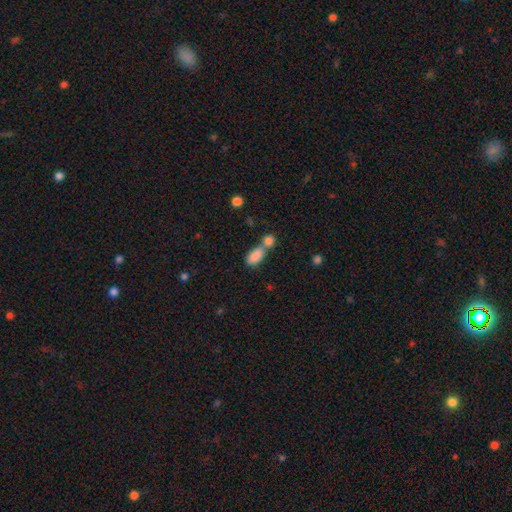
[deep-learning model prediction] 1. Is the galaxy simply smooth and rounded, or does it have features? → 85% smooth, 8% star or artifact, 7% featured or disk.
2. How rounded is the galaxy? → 88% in between, 6% cigar-shaped, 6% round.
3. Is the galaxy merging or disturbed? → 54% merger, 32% none, 9% minor disturbance, 4% major disturbance.